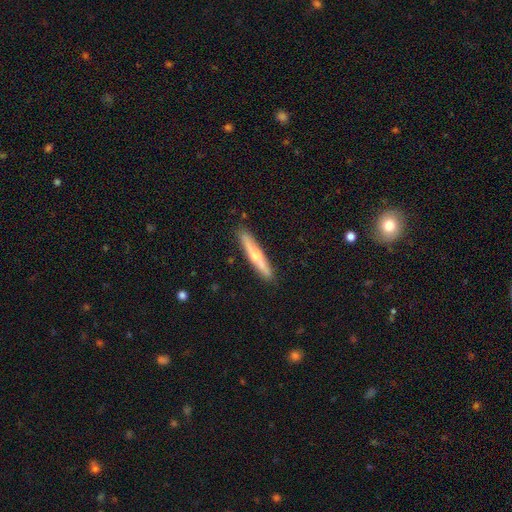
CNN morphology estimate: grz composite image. It shows a smooth galaxy with no disk features (48%). Merging: none (88%).